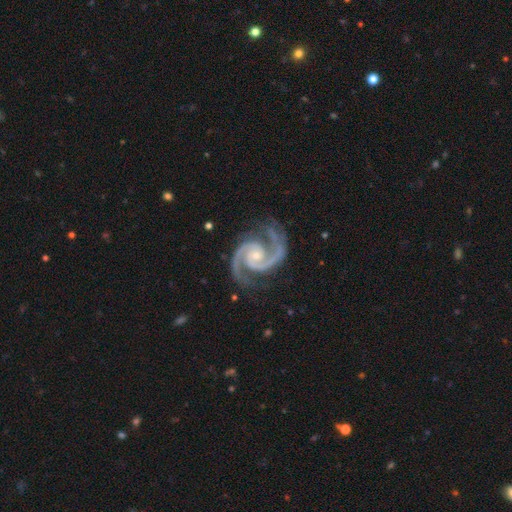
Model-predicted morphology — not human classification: featured or disk 95%, star or artifact 3%, smooth 2%. Down the decision tree: edge-on disk — no (98%); bar — no (63%); spiral arms — yes (99%); spiral arm count — 2 (93%); spiral winding — medium (59%); bulge size — small (65%); merging — none (78%).